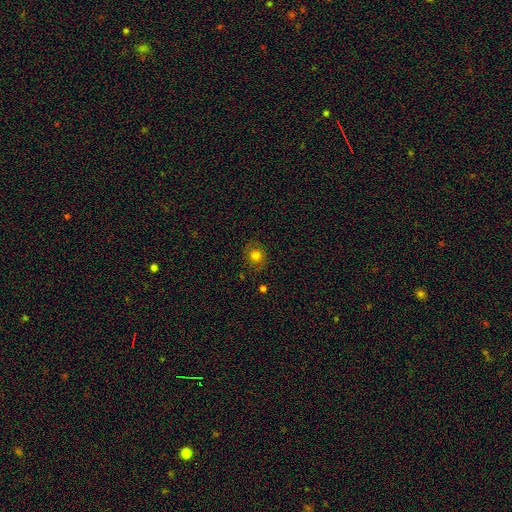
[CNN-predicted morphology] type=smooth (77%); roundness=round (81%); merging=none (82%).